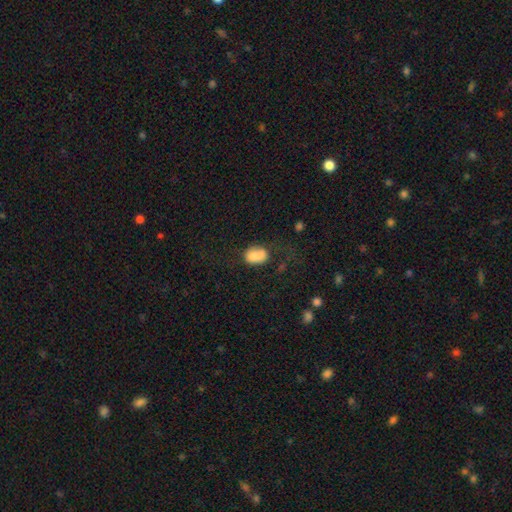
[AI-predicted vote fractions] Q: Smooth or featured?
A: smooth (83%); runner-up: star or artifact (9%)
Q: How rounded?
A: in between (81%); runner-up: round (18%)
Q: Merging?
A: none (50%); runner-up: minor disturbance (26%)